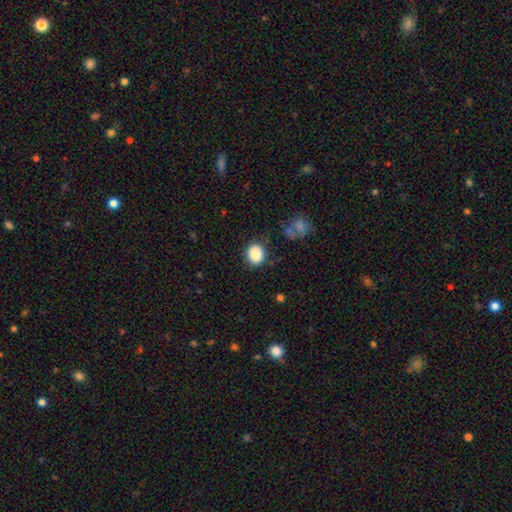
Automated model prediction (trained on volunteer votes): Q: Smooth or featured?
A: smooth (88%); runner-up: star or artifact (8%)
Q: How rounded?
A: round (58%); runner-up: in between (41%)
Q: Merging?
A: none (82%); runner-up: minor disturbance (12%)